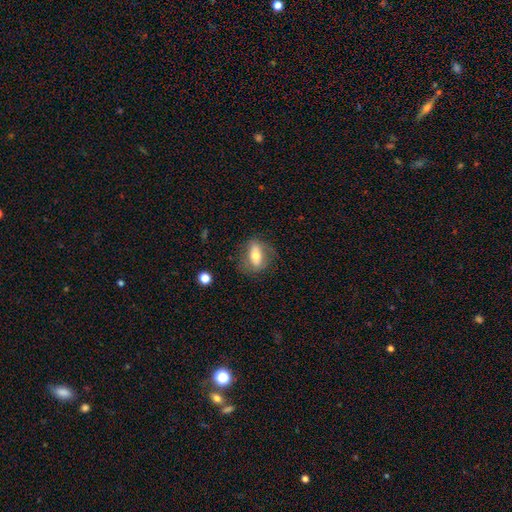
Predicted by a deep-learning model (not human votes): smooth-or-featured: smooth: 56% | featured or disk: 36% | star or artifact: 8%
  how-rounded: in between: 79% | round: 13% | cigar-shaped: 8%
  merging: none: 65% | minor disturbance: 21% | major disturbance: 11% | merger: 2%